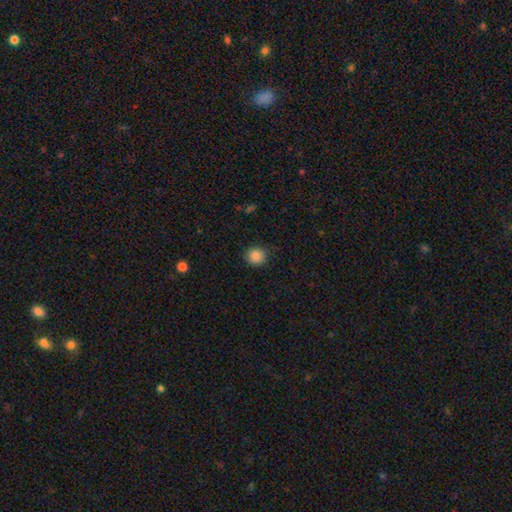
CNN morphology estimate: A smooth galaxy with no disk features (85%) that is round (88%).

Vote fractions:
- Smooth or featured? smooth: 85% / star or artifact: 10% / featured or disk: 5%
- How rounded? round: 88% / in between: 11% / cigar-shaped: 1%
- Merging? none: 87% / minor disturbance: 9% / major disturbance: 2% / merger: 1%